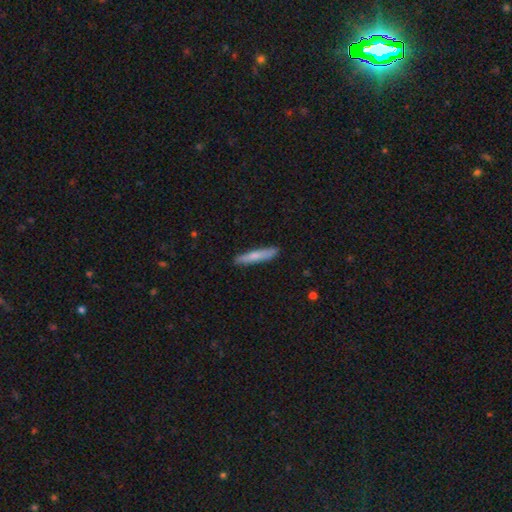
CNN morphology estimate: Q: Smooth or featured?
A: smooth (71%); runner-up: featured or disk (24%)
Q: How rounded?
A: cigar-shaped (92%); runner-up: in between (6%)
Q: Merging?
A: none (89%); runner-up: minor disturbance (8%)